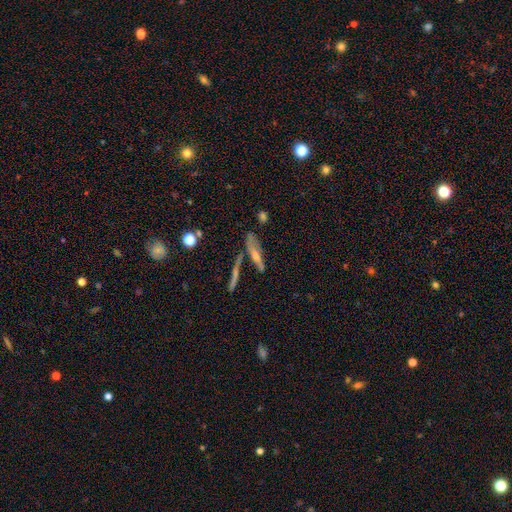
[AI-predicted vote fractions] smooth-or-featured: featured or disk: 56% | smooth: 31% | star or artifact: 13%
  disk-edge-on: yes: 75% | no: 25%
  merging: none: 53% | merger: 19% | minor disturbance: 17% | major disturbance: 11%